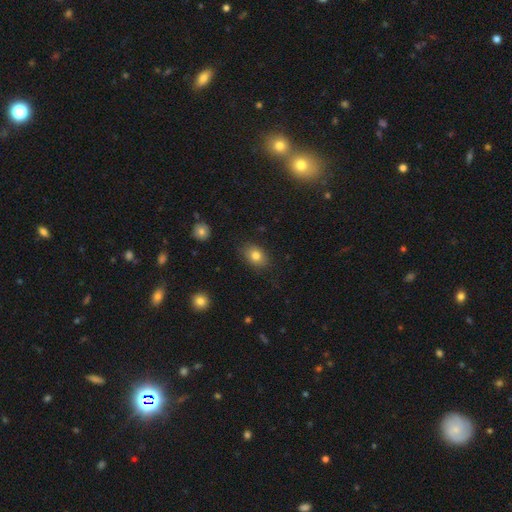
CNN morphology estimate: This appears to be a smooth galaxy with no disk features (80%) that is in between round and cigar-shaped (74%). Merging: none (82%).